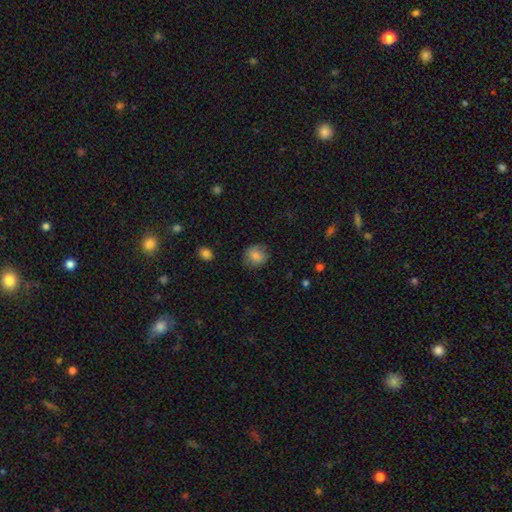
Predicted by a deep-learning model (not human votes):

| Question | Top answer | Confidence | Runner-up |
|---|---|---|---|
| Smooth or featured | smooth | 79% | featured or disk (12%) |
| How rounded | round | 78% | in between (21%) |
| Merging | none | 77% | minor disturbance (17%) |